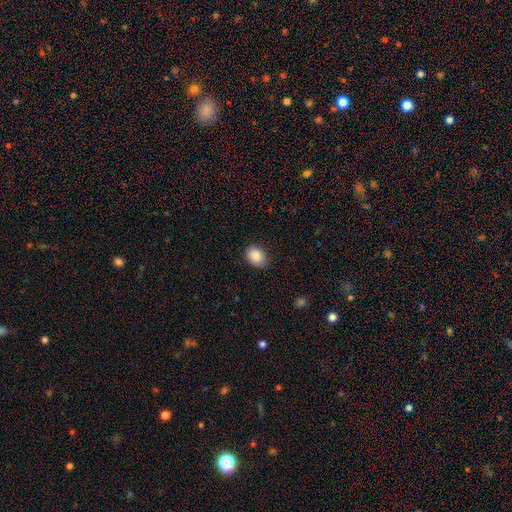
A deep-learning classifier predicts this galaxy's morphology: This appears to be a smooth galaxy with no disk features (88%) that is in between round and cigar-shaped (67%). Merging: none (87%).